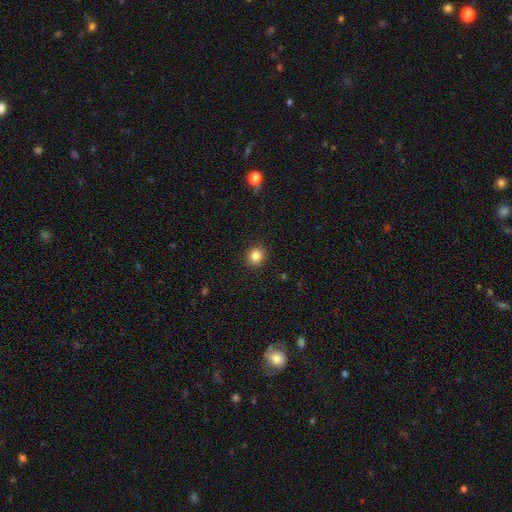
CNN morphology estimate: Smooth or featured: smooth — 84% (star or artifact — 11%)
How rounded: round — 87% (in between — 12%)
Merging: none — 91% (minor disturbance — 6%)